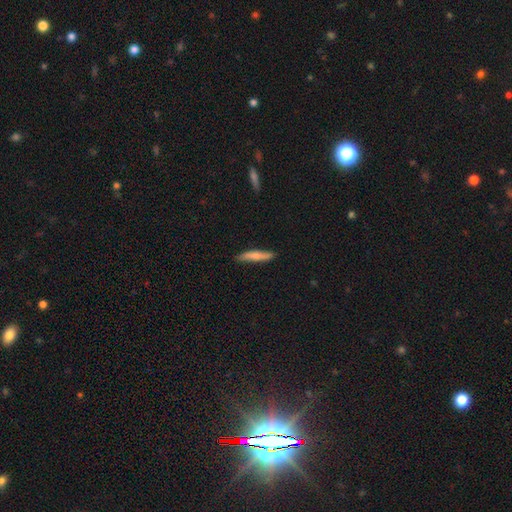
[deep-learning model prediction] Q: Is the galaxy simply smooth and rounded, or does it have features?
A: smooth — 69%.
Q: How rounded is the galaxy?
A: cigar-shaped — 89%.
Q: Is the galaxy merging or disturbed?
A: none — 86%.